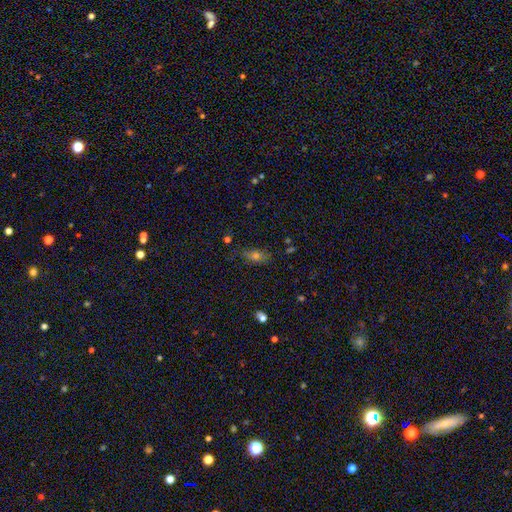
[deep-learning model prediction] Smooth or featured?
  - smooth: 58% *
  - star or artifact: 23%
  - featured or disk: 19%
How rounded?
  - in between: 78% *
  - round: 13%
  - cigar-shaped: 8%
Merging?
  - none: 75% *
  - minor disturbance: 17%
  - major disturbance: 5%
  - merger: 3%